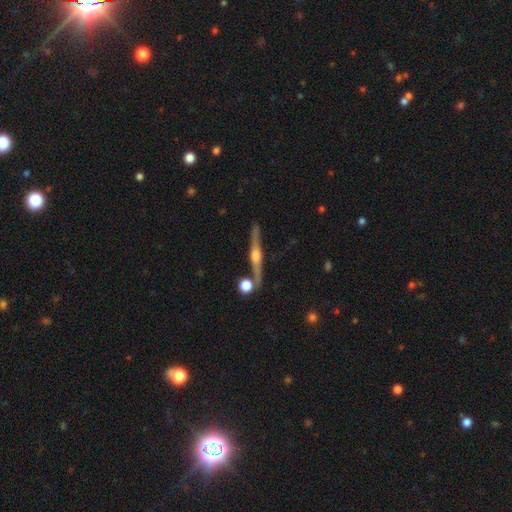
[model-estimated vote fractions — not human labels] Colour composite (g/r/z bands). It shows a featured or disk galaxy (84%) viewed edge-on (98%) with a rounded central bulge (93%). Merging: none (85%).